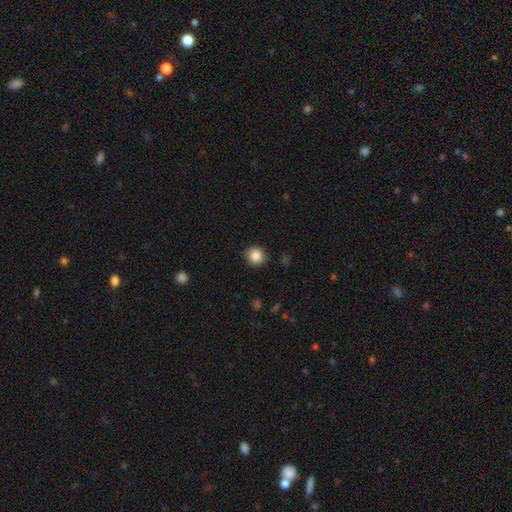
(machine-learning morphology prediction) smooth 86%, star or artifact 9%, featured or disk 4%. Down the decision tree: how rounded — round (88%); merging — none (86%).